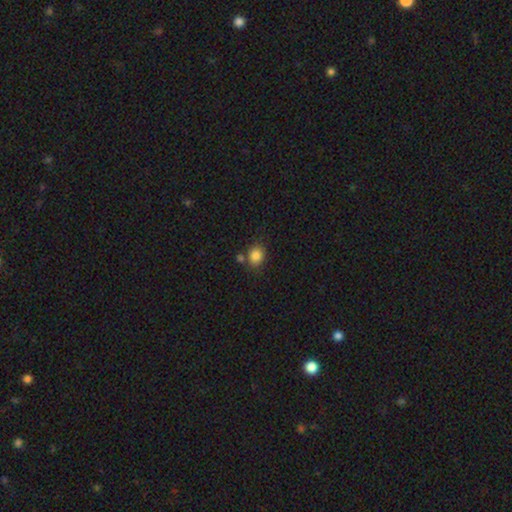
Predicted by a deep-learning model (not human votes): This is clearly a smooth galaxy (85%). How rounded: possibly round (57%). Merging: likely none (70%).